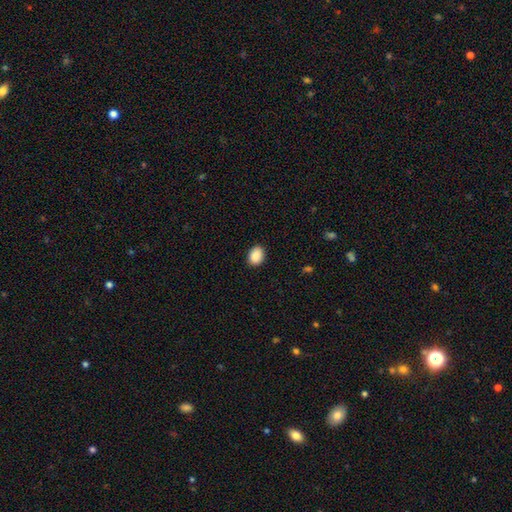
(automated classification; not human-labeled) smooth_or_featured: smooth (p=0.90) [alt: star or artifact p=0.08]
how_rounded: in between (p=0.66) [alt: round p=0.33]
merging: none (p=0.89) [alt: minor disturbance p=0.08]